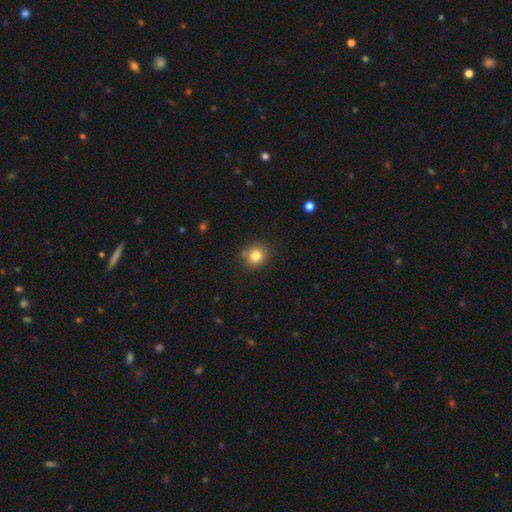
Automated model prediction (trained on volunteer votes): Smooth or featured? smooth (81%)
How rounded? round (82%)
Merging? none (79%)